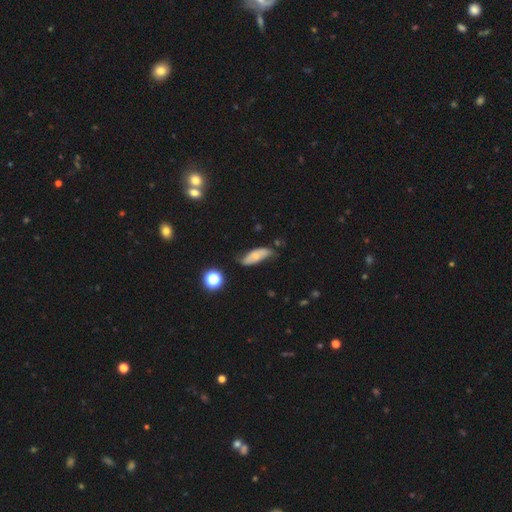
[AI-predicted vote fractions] smooth 63%, featured or disk 29%, star or artifact 9%. Down the decision tree: how rounded — in between (70%); merging — none (58%).